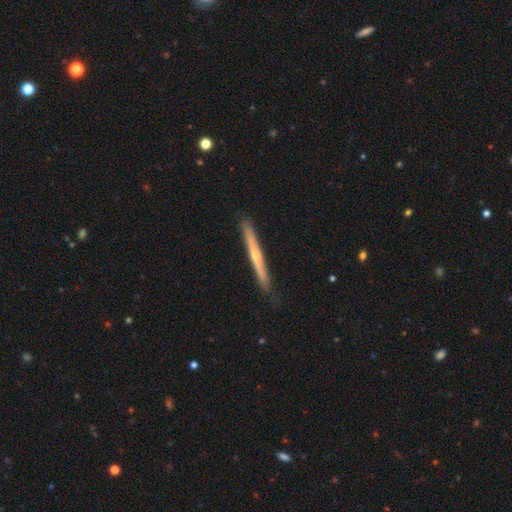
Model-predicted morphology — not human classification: smooth-or-featured: featured or disk: 62% | smooth: 32% | star or artifact: 6%
  disk-edge-on: yes: 97% | no: 3%
    edge-on-bulge: rounded: 63% | none: 34% | boxy: 3%
  merging: none: 89% | minor disturbance: 9% | major disturbance: 1% | merger: 1%